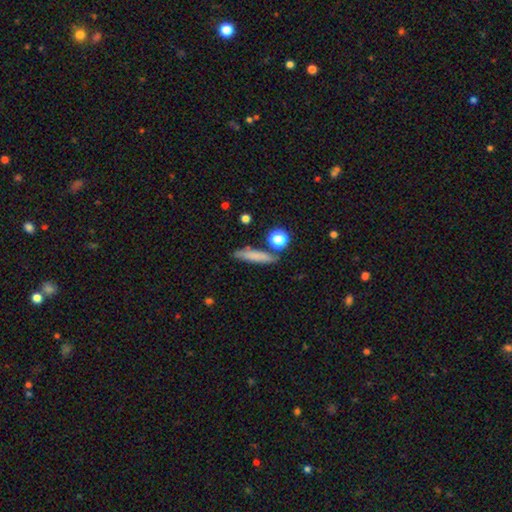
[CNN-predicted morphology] This is likely a smooth galaxy (76%). How rounded: likely cigar-shaped (78%). Merging: likely none (77%).